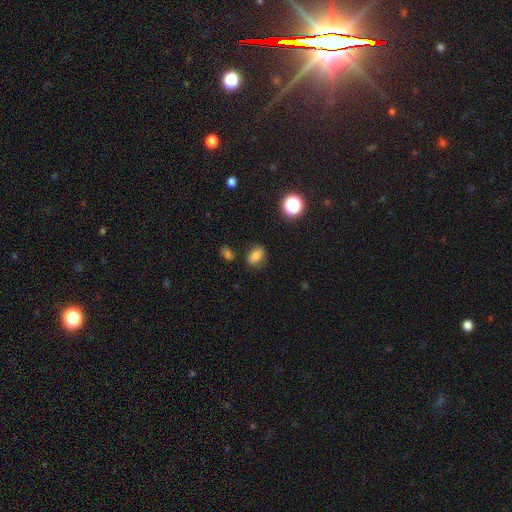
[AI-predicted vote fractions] Morphology: type=smooth (78%); roundness=in between (80%); merging=none (79%).